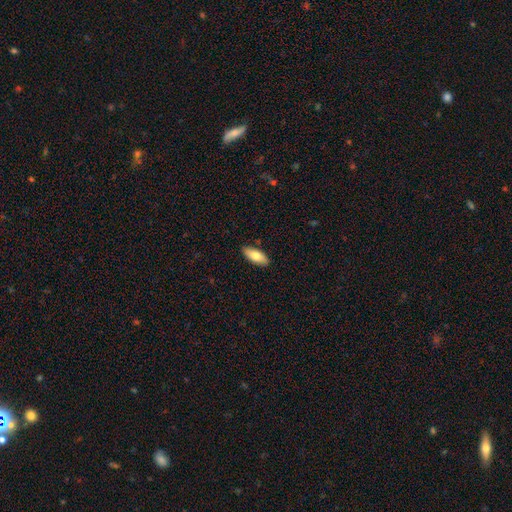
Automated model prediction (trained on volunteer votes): Smooth or featured: smooth — 77% (featured or disk — 17%)
How rounded: in between — 82% (cigar-shaped — 16%)
Merging: none — 89% (minor disturbance — 8%)